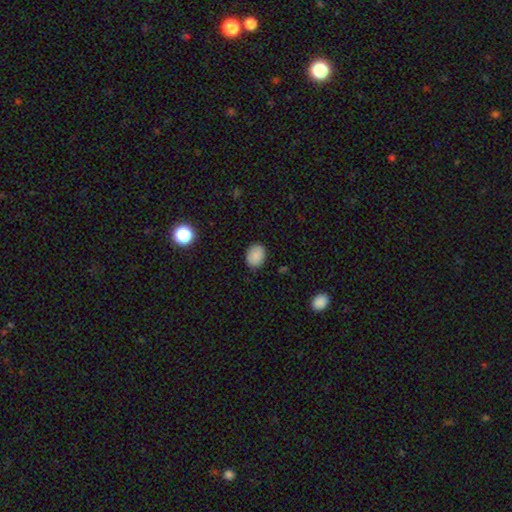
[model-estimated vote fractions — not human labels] Smooth or featured? Predicted: smooth (p=0.87). How rounded? Predicted: in between (p=0.60). Merging? Predicted: none (p=0.86).